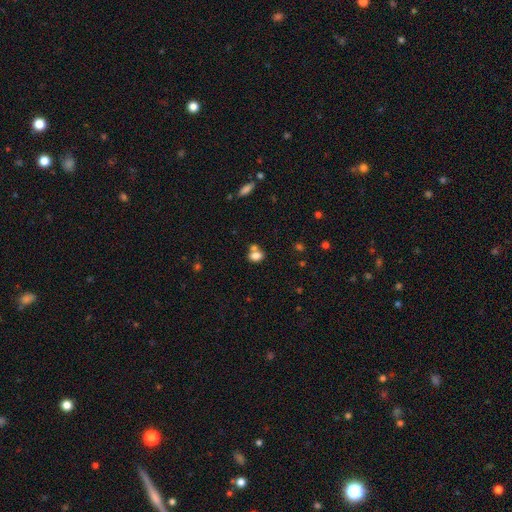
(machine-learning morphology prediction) Smooth or featured?
  - smooth: 79% *
  - star or artifact: 11%
  - featured or disk: 10%
How rounded?
  - in between: 71% *
  - round: 27%
  - cigar-shaped: 2%
Merging?
  - none: 45% *
  - merger: 39%
  - minor disturbance: 11%
  - major disturbance: 4%